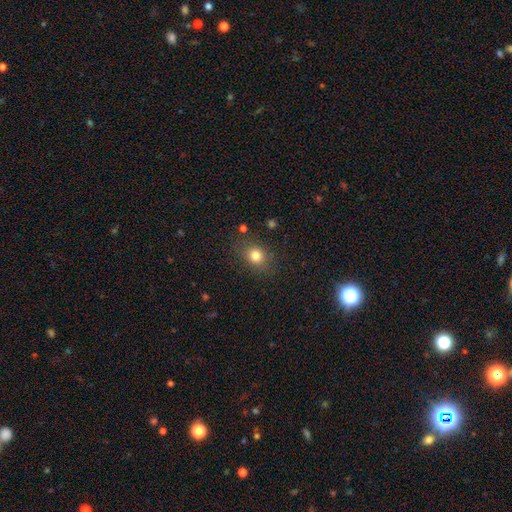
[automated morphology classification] Smooth or featured: smooth — 80% (star or artifact — 12%)
How rounded: round — 59% (in between — 40%)
Merging: none — 81% (minor disturbance — 13%)